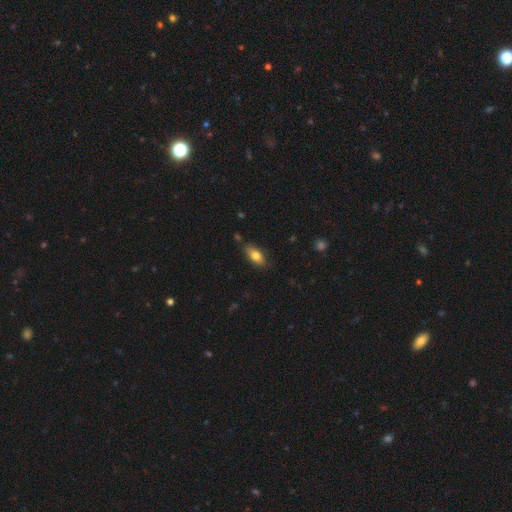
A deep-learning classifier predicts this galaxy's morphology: type=smooth (77%); roundness=in between (85%); merging=none (78%).